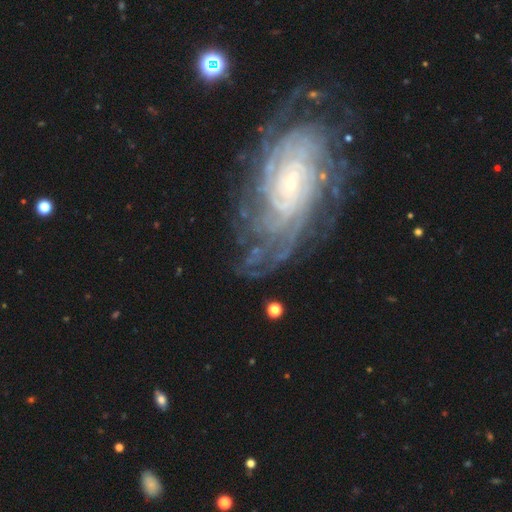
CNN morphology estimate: Smooth or featured: featured or disk — 87% (star or artifact — 7%)
Edge-on disk: no — 96% (yes — 4%)
Bar: no — 66% (weak — 24%)
Spiral arms: yes — 97% (no — 3%)
Spiral winding: tight — 75% (medium — 20%)
Spiral arm count: can't tell — 28% (more than 4 — 26%)
Bulge size: small — 84% (moderate — 10%)
Merging: none — 67% (minor disturbance — 17%)